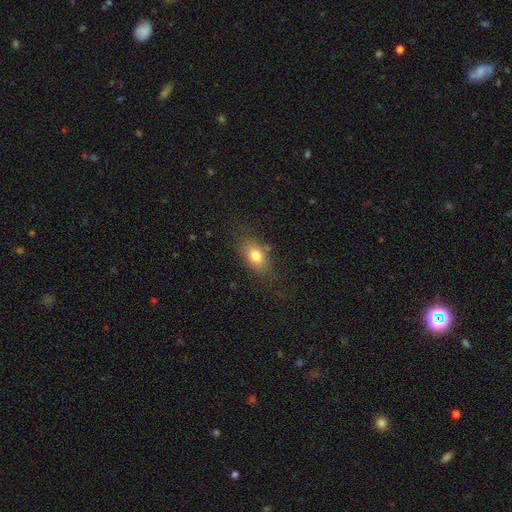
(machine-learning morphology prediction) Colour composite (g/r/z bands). It shows a smooth galaxy with no disk features (78%) that is in between round and cigar-shaped (79%). Merging: none (75%).